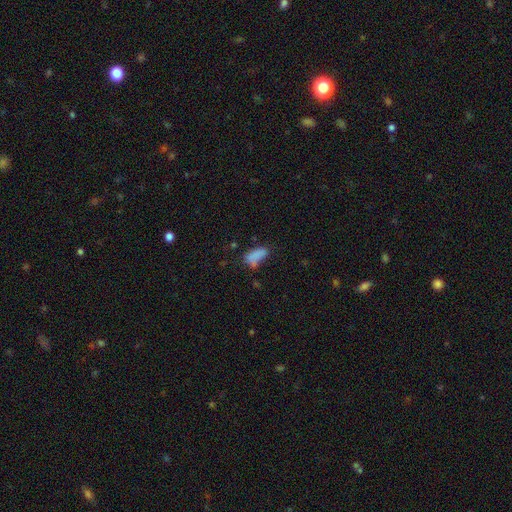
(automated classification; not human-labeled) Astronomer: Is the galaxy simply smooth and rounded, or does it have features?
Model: smooth — 76%.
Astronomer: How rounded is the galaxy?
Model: in between — 85%.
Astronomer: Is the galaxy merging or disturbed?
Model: none — 38% (runner-up: minor disturbance, 27%).